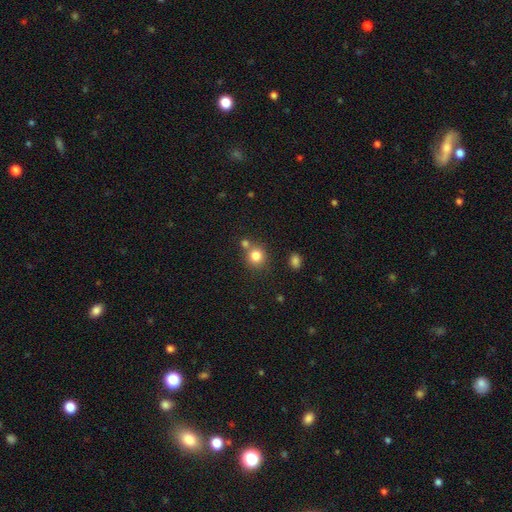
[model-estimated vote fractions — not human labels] Smooth or featured: smooth — 81% (star or artifact — 12%)
How rounded: round — 87% (in between — 12%)
Merging: none — 66% (merger — 22%)